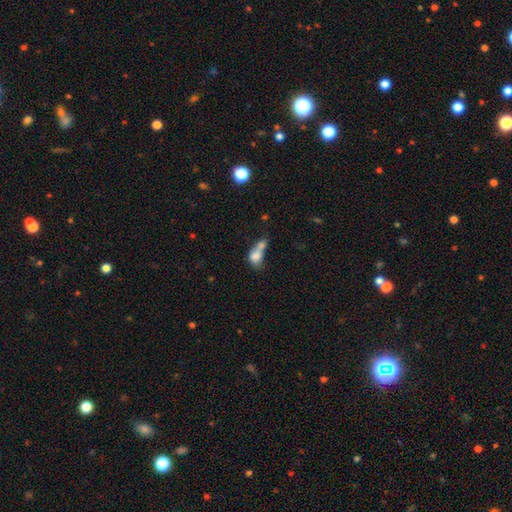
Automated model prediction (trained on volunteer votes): Morphology: type=smooth (72%); roundness=in between (68%); merging=merger (67%).